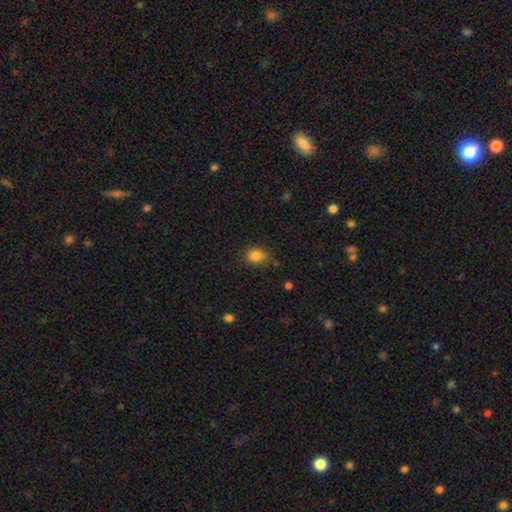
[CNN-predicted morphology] Q: Smooth or featured?
A: smooth (84%); runner-up: star or artifact (11%)
Q: How rounded?
A: round (52%); runner-up: in between (47%)
Q: Merging?
A: none (73%); runner-up: minor disturbance (20%)